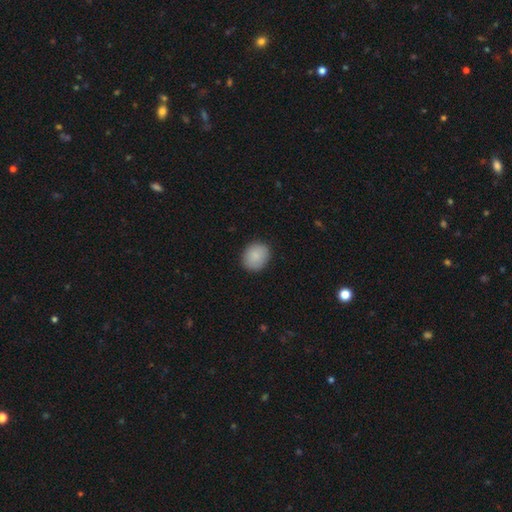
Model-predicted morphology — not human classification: Overall: smooth (88%). How rounded: round (62%; in between 37%). Merging: none (88%).